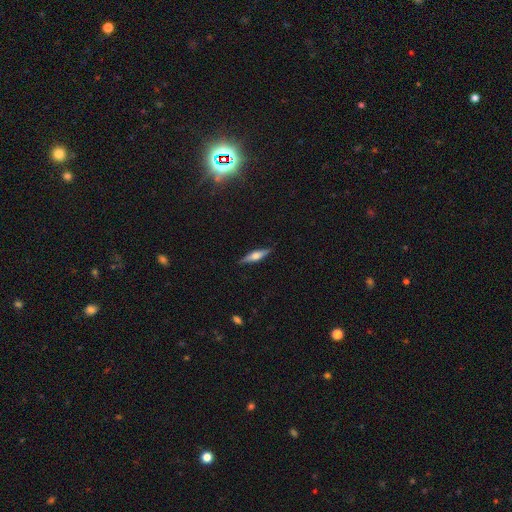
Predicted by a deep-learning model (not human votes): smooth_or_featured: featured or disk (p=0.57) [alt: smooth p=0.36]
disk_edge_on: yes (p=0.95) [alt: no p=0.05]
edge_on_bulge: rounded (p=0.88) [alt: boxy p=0.08]
merging: none (p=0.89) [alt: minor disturbance p=0.09]